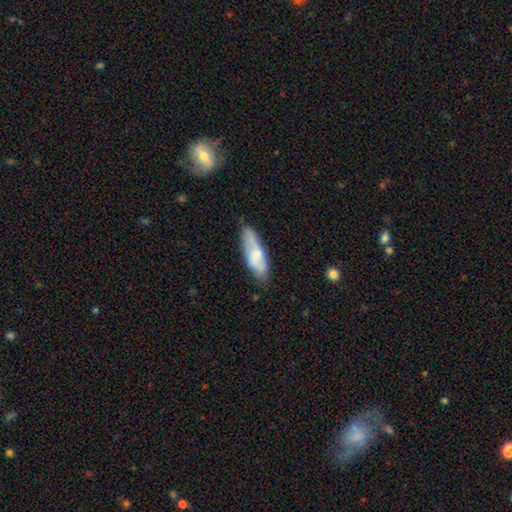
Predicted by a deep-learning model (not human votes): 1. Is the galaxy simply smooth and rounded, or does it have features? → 64% smooth, 30% featured or disk, 6% star or artifact.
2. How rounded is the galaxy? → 53% in between, 45% cigar-shaped, 2% round.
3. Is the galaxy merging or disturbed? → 69% none, 24% minor disturbance, 5% major disturbance, 2% merger.